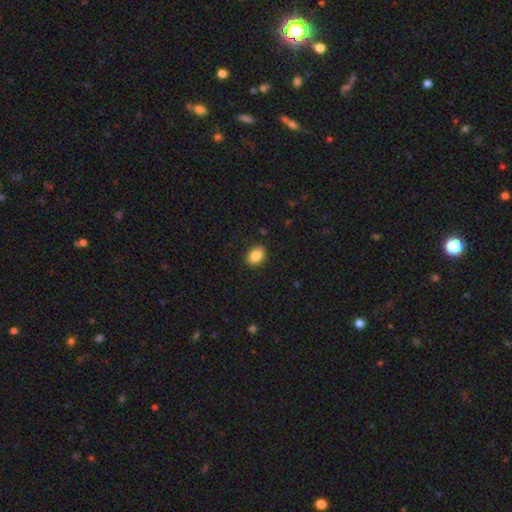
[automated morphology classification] type=smooth (87%); roundness=in between (75%); merging=none (86%).